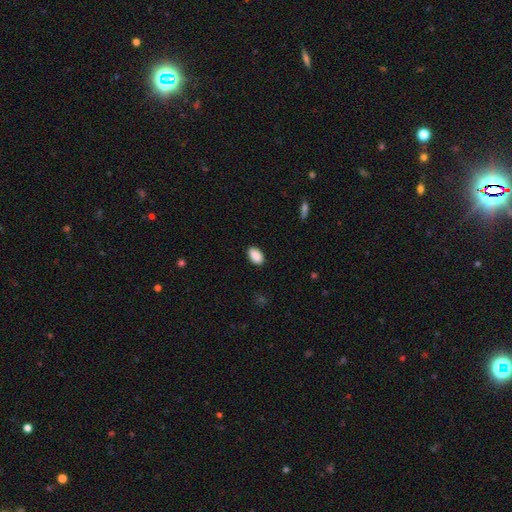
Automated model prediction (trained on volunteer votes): A smooth galaxy with no disk features (90%) that is in between round and cigar-shaped (92%).

Vote fractions:
- Smooth or featured? smooth: 90% / star or artifact: 7% / featured or disk: 3%
- How rounded? in between: 92% / round: 7% / cigar-shaped: 1%
- Merging? none: 88% / minor disturbance: 9% / major disturbance: 2% / merger: 1%